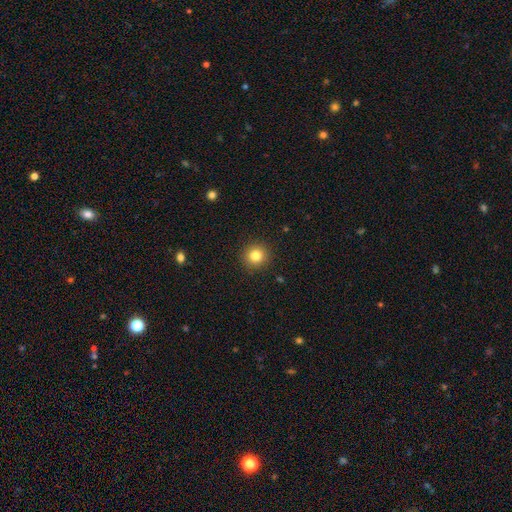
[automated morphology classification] This appears to be a smooth galaxy with no disk features (82%) that is round (92%). Merging: none (91%).